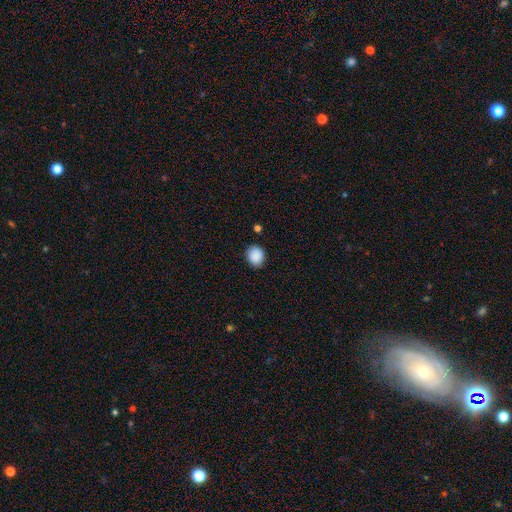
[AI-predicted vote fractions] This is clearly a smooth galaxy (89%). How rounded: likely round (66%). Merging: clearly none (86%).